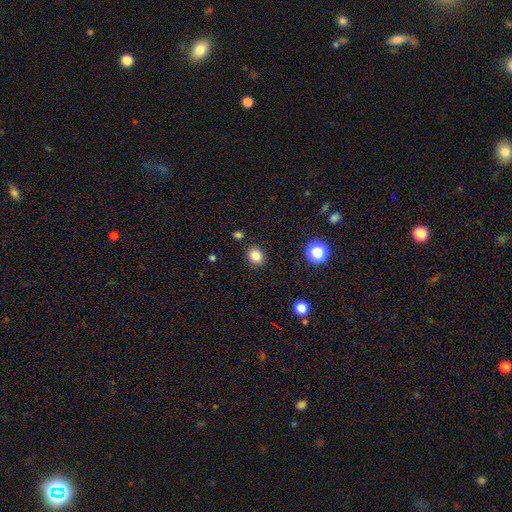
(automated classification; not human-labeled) smooth_or_featured: smooth (p=0.83) [alt: star or artifact p=0.12]
how_rounded: round (p=0.66) [alt: in between p=0.33]
merging: none (p=0.88) [alt: minor disturbance p=0.07]